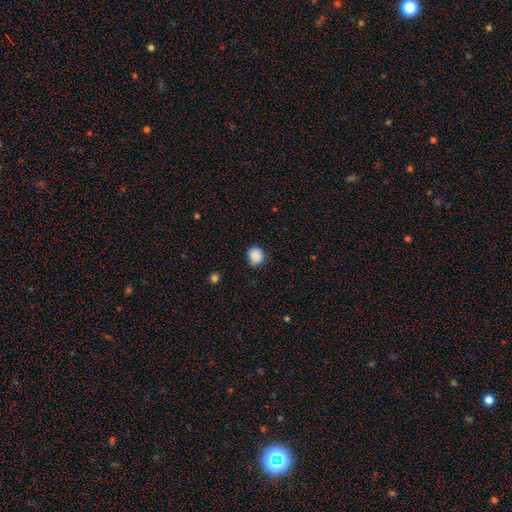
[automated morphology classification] Smooth or featured? Predicted: smooth (p=0.88). How rounded? Predicted: round (p=0.79). Merging? Predicted: none (p=0.79).